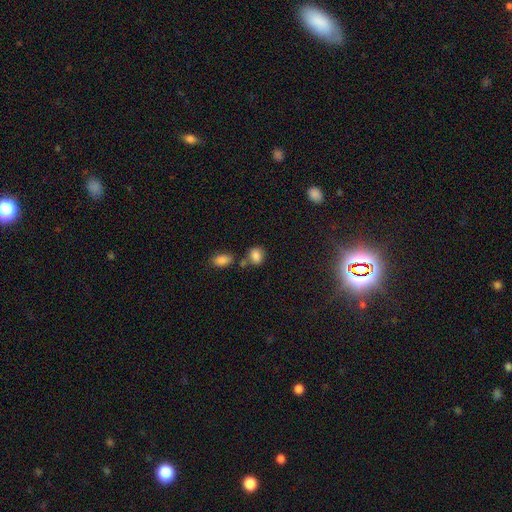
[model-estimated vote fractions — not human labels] Smooth or featured: smooth — 83% (star or artifact — 11%)
How rounded: in between — 54% (round — 44%)
Merging: none — 58% (merger — 22%)